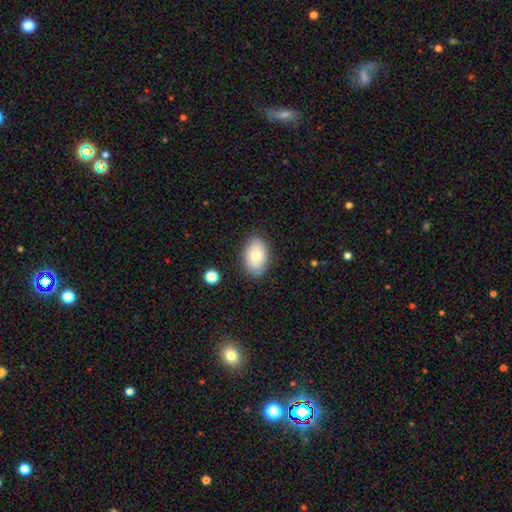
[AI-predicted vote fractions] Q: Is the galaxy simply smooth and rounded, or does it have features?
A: smooth — 78%.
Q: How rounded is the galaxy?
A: in between — 87%.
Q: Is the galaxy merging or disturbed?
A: none — 83%.